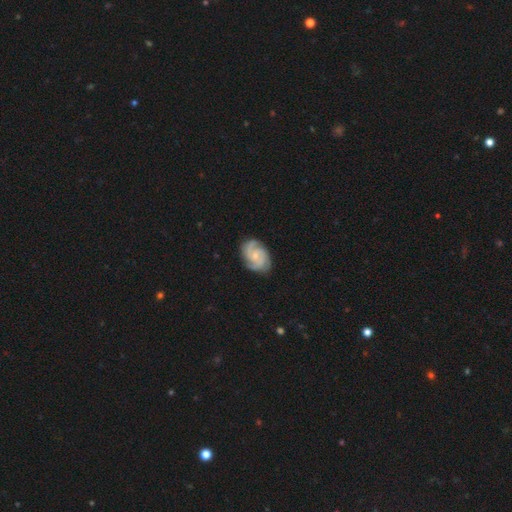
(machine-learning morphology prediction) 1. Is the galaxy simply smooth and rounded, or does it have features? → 85% featured or disk, 10% smooth, 5% star or artifact.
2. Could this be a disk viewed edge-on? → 98% no, 2% yes.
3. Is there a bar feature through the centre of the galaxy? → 66% no, 29% weak, 4% strong.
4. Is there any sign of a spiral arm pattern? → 98% yes, 2% no.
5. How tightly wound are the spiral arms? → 50% tight, 42% medium, 8% loose.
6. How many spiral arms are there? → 52% 3, 24% 2, 9% can't tell, 7% 4, 4% 1, 4% more than 4.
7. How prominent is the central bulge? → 65% small, 31% moderate, 3% none, 1% large, 1% dominant.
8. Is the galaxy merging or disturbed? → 79% none, 16% minor disturbance, 4% major disturbance, 1% merger.